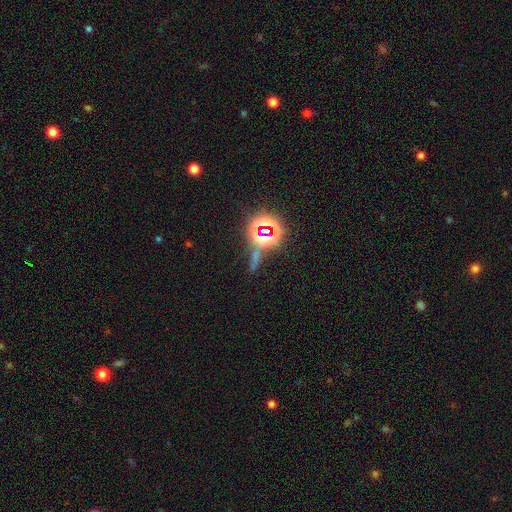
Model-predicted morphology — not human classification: Overall: star or artifact (71%).